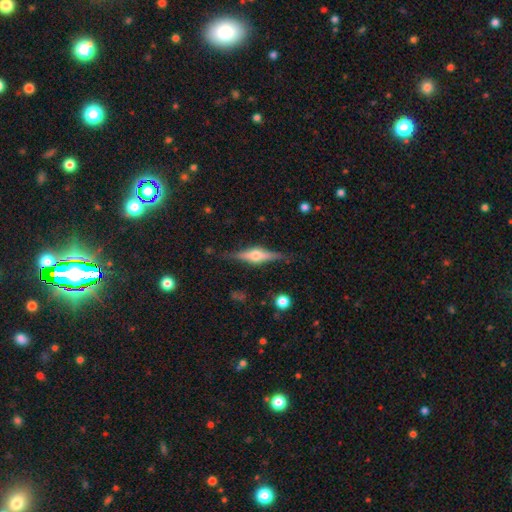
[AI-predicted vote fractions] Overall: featured or disk (74%). Edge-on disk: yes (96%). Edge-on bulge: rounded (89%). Merging: none (84%).